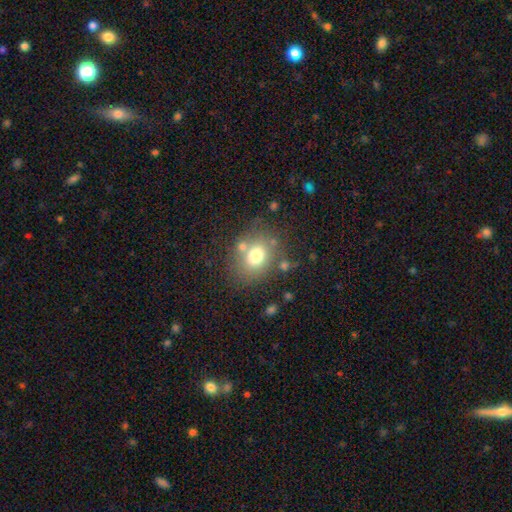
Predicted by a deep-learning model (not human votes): This is likely a smooth galaxy (71%). How rounded: possibly round (55%). Merging: likely none (68%).